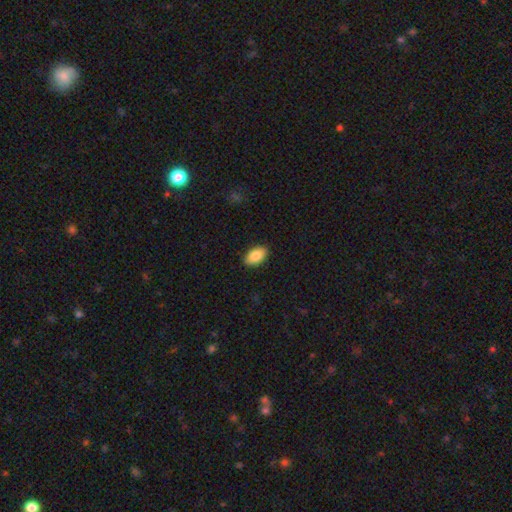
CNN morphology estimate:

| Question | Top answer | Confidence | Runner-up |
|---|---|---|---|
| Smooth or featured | smooth | 87% | star or artifact (7%) |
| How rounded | in between | 94% | round (4%) |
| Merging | none | 89% | minor disturbance (8%) |